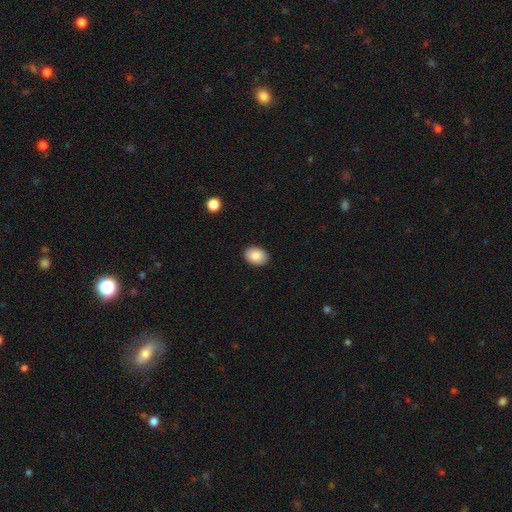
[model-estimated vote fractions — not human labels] smooth 87%, star or artifact 7%, featured or disk 6%. Down the decision tree: how rounded — in between (77%); merging — none (90%).